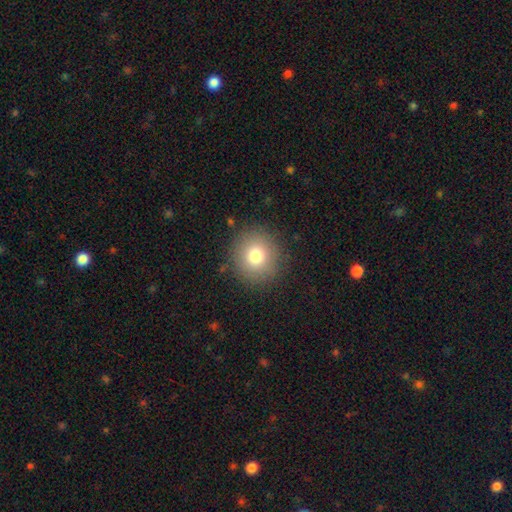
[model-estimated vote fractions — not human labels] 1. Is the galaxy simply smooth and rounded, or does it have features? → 77% smooth, 12% star or artifact, 11% featured or disk.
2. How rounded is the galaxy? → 93% round, 7% in between, 1% cigar-shaped.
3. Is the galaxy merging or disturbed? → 89% none, 7% minor disturbance, 3% major disturbance, 1% merger.